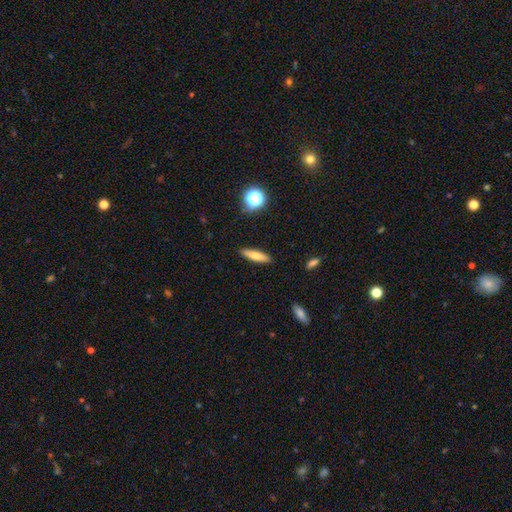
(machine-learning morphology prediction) The model was most divided on "smooth or featured": smooth: 72%, featured or disk: 19%, star or artifact: 8%. More confident: merging — none (89%); how rounded — cigar-shaped (76%).